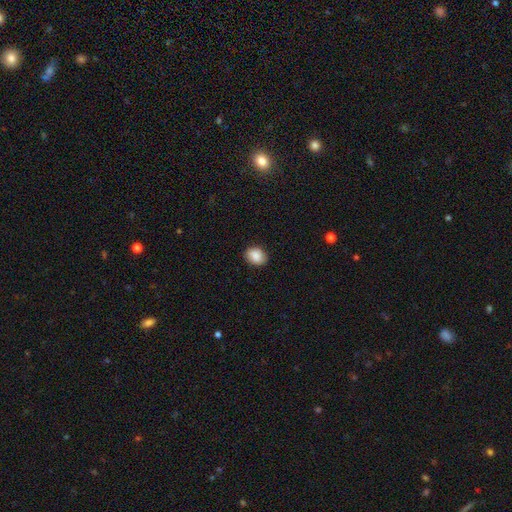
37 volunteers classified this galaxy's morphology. A smooth galaxy with no disk features (95%) that is in between round and cigar-shaped (80%).

Vote fractions:
- Smooth or featured? smooth: 95% / star or artifact: 5% / featured or disk: 0%
- How rounded? in between: 80% / round: 20% / cigar-shaped: 0%
- Merging? none: 97% / minor disturbance: 3% / major disturbance: 0% / merger: 0%